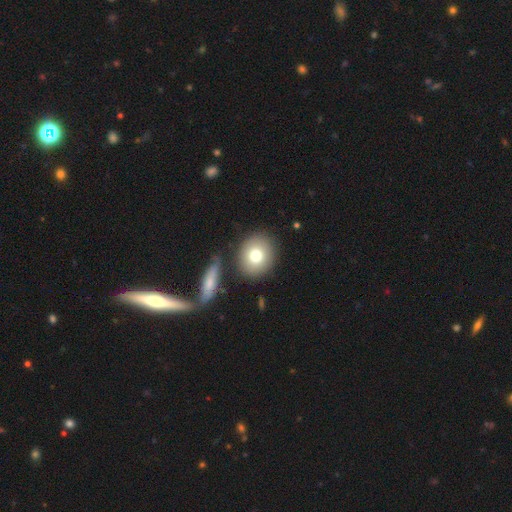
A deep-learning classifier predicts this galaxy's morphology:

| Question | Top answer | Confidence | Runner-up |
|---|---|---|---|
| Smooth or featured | smooth | 77% | featured or disk (15%) |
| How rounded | round | 76% | in between (23%) |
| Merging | none | 80% | minor disturbance (9%) |